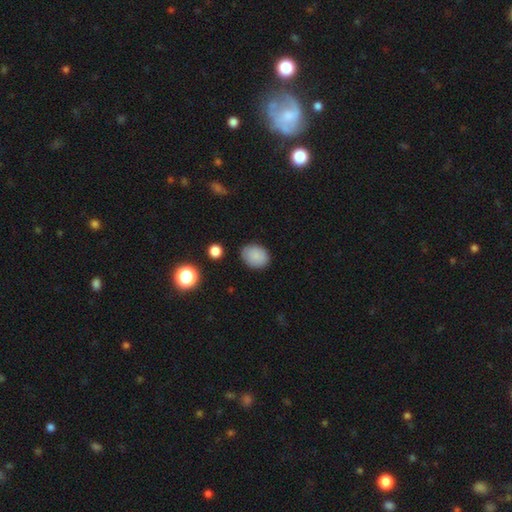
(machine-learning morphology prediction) Overall: smooth (86%). How rounded: in between (58%; round 41%). Merging: none (84%).